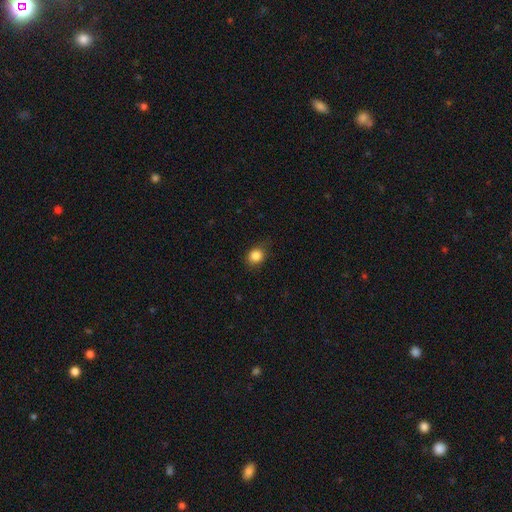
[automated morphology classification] smooth_or_featured: smooth (p=0.85) [alt: star or artifact p=0.10]
how_rounded: round (p=0.60) [alt: in between p=0.39]
merging: none (p=0.77) [alt: minor disturbance p=0.18]